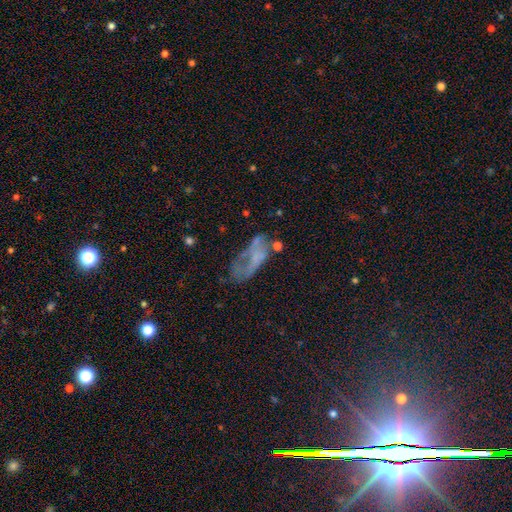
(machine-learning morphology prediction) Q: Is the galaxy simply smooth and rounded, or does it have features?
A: featured or disk — 47%.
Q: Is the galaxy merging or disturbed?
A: major disturbance — 36%.